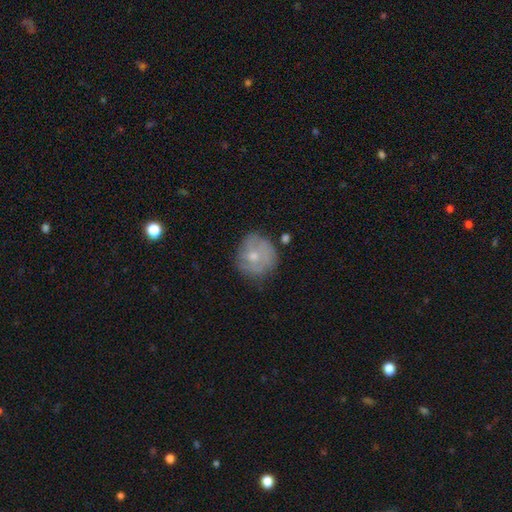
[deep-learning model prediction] smooth_or_featured: smooth (p=0.49) [alt: featured or disk p=0.43]
merging: none (p=0.65) [alt: minor disturbance p=0.23]